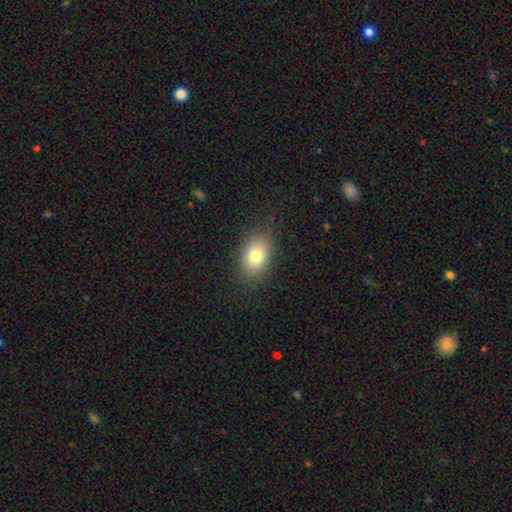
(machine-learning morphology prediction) The model was most divided on "how rounded": in between: 80%, round: 19%, cigar-shaped: 1%. More confident: merging — none (85%); smooth or featured — smooth (78%).